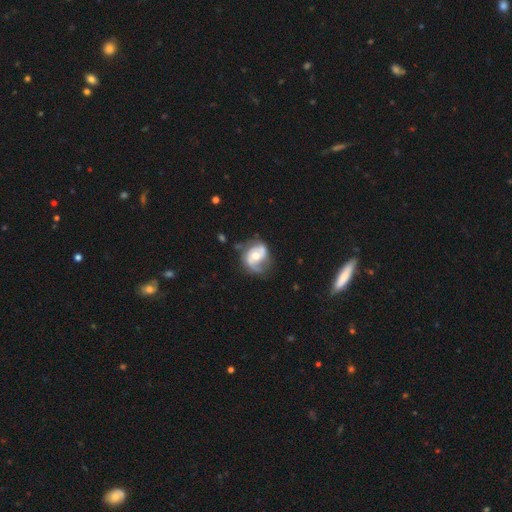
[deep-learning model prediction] Smooth or featured: featured or disk — 78% (smooth — 16%)
Edge-on disk: no — 97% (yes — 3%)
Bar: no — 58% (weak — 31%)
Spiral arms: yes — 90% (no — 10%)
Spiral winding: medium — 44% (loose — 29%)
Spiral arm count: 2 — 77% (1 — 9%)
Bulge size: moderate — 71% (small — 19%)
Merging: none — 60% (minor disturbance — 24%)